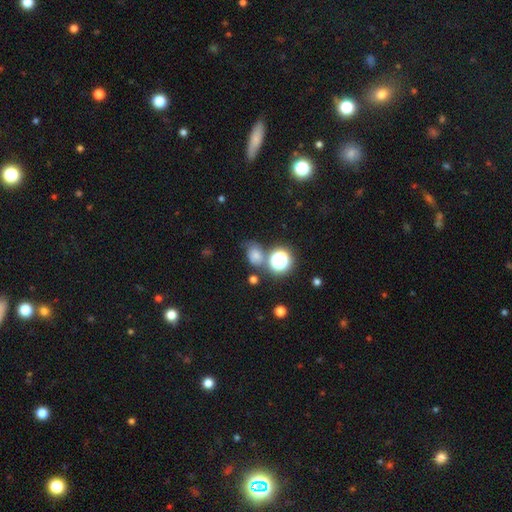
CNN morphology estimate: Smooth or featured? smooth (63%)
How rounded? in between (52%)
Merging? none (50%)